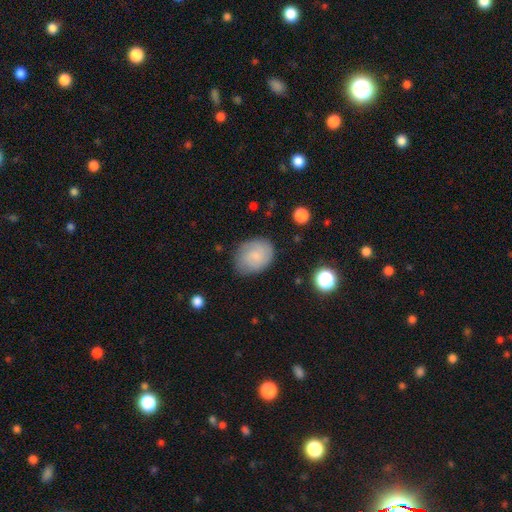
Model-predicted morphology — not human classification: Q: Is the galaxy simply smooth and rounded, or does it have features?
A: smooth — 63%.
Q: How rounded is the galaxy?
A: in between — 57%.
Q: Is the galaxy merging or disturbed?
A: none — 73%.